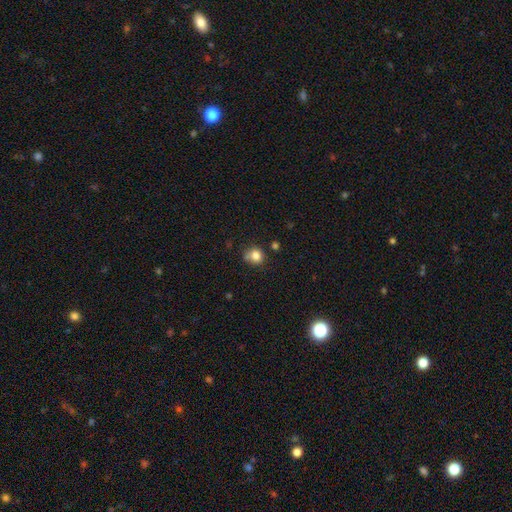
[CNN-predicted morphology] type=smooth (80%); roundness=round (80%); merging=none (62%).